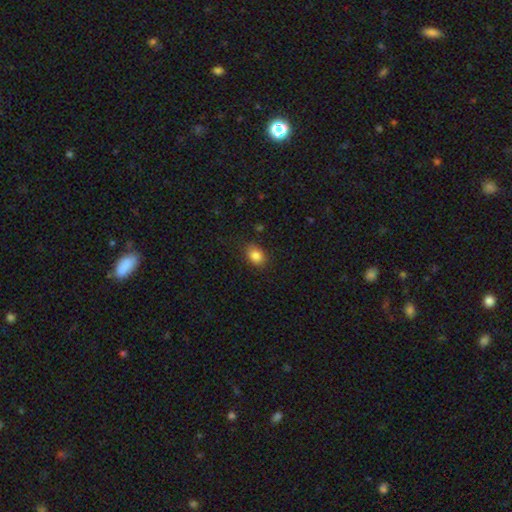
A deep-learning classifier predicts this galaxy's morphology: Smooth or featured? Predicted: smooth (p=0.85). How rounded? Predicted: in between (p=0.65). Merging? Predicted: none (p=0.82).